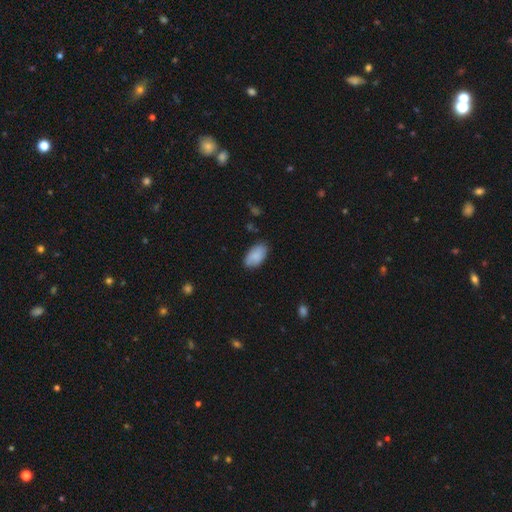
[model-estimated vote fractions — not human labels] Smooth or featured: smooth — 85% (featured or disk — 9%)
How rounded: in between — 94% (round — 4%)
Merging: none — 78% (minor disturbance — 18%)